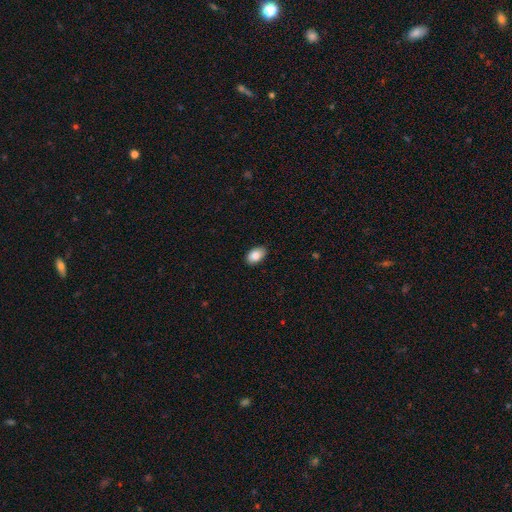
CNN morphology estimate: This appears to be a smooth galaxy with no disk features (87%) that is in between round and cigar-shaped (89%). Merging: none (86%).